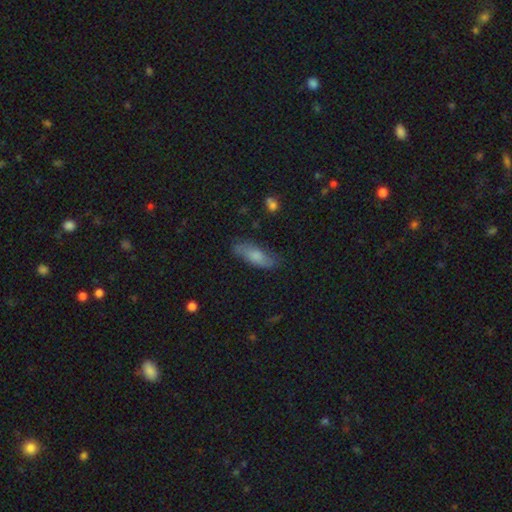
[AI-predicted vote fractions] The model was most divided on "how rounded": in between: 59%, cigar-shaped: 38%, round: 3%. More confident: merging — none (75%); smooth or featured — smooth (67%).